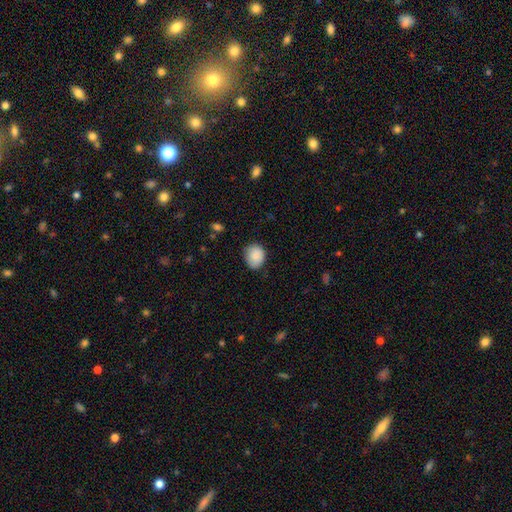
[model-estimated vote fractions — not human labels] Smooth or featured: smooth — 87% (star or artifact — 7%)
How rounded: round — 64% (in between — 35%)
Merging: none — 75% (minor disturbance — 21%)